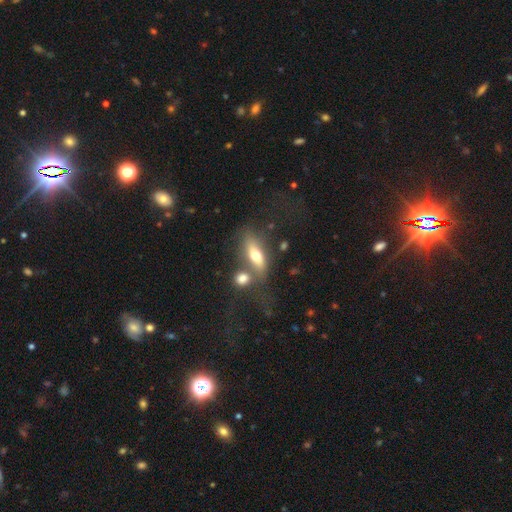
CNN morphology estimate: type=smooth (59%); roundness=in between (67%); merging=none (44%).